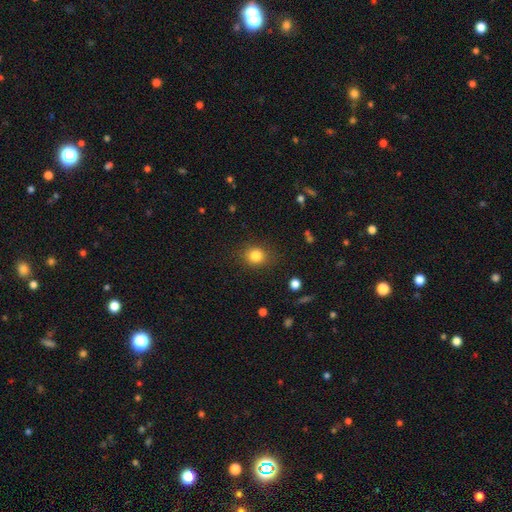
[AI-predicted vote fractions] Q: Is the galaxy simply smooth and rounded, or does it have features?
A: smooth — 83%.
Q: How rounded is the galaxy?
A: round — 72%.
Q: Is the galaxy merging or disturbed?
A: none — 83%.